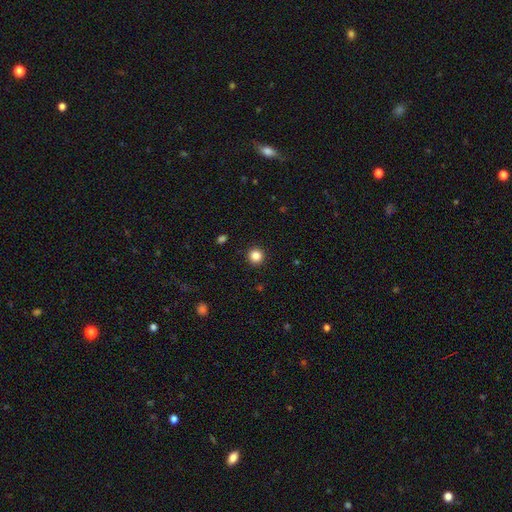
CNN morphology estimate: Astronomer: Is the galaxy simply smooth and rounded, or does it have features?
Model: smooth — 85%.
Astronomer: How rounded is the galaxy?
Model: round — 95%.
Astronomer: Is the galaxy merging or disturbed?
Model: none — 93%.